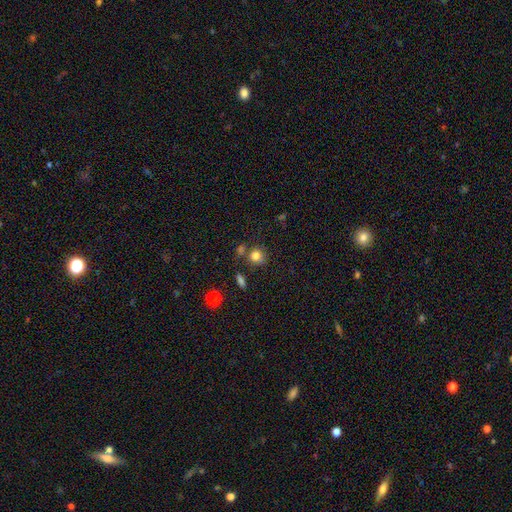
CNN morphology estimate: The model was most divided on "merging": none: 67%, merger: 15%, minor disturbance: 13%, major disturbance: 5%. More confident: how rounded — round (83%); smooth or featured — smooth (81%).